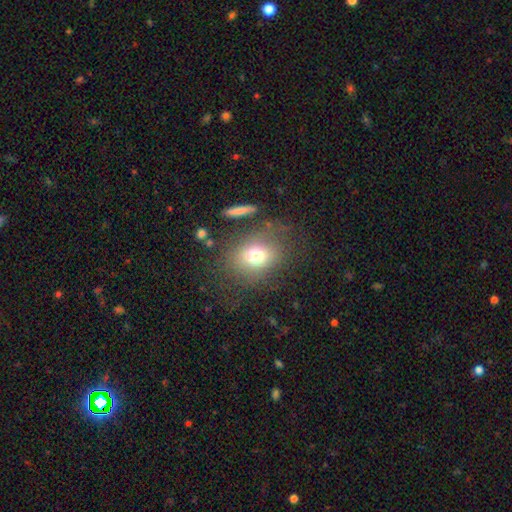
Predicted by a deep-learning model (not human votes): The model was most divided on "how rounded": in between: 51%, round: 47%, cigar-shaped: 2%. More confident: smooth or featured — smooth (71%); merging — none (69%).